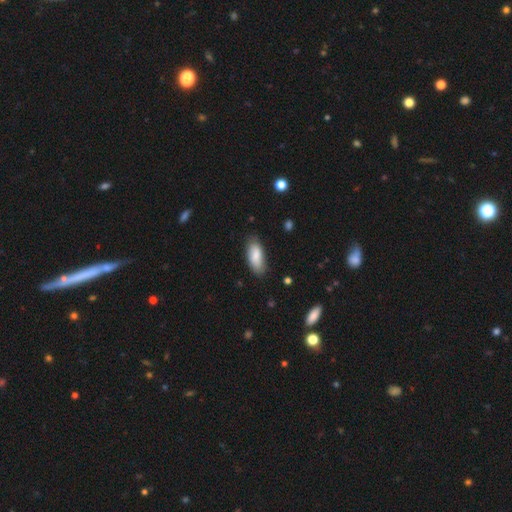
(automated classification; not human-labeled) The model was most divided on "merging": none: 79%, minor disturbance: 16%, major disturbance: 3%, merger: 1%. More confident: how rounded — in between (85%); smooth or featured — smooth (84%).